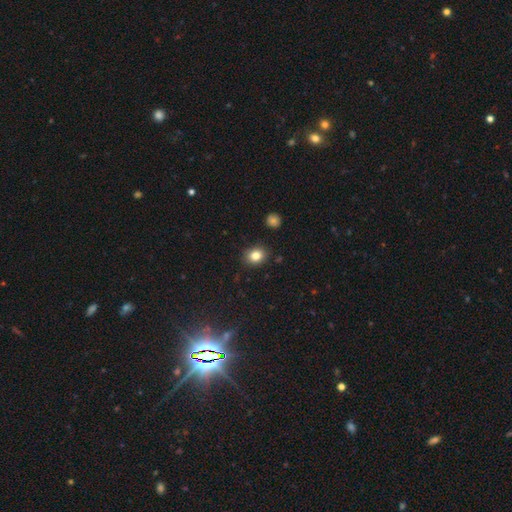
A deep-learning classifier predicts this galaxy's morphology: type=smooth (83%); roundness=round (54%); merging=none (88%).